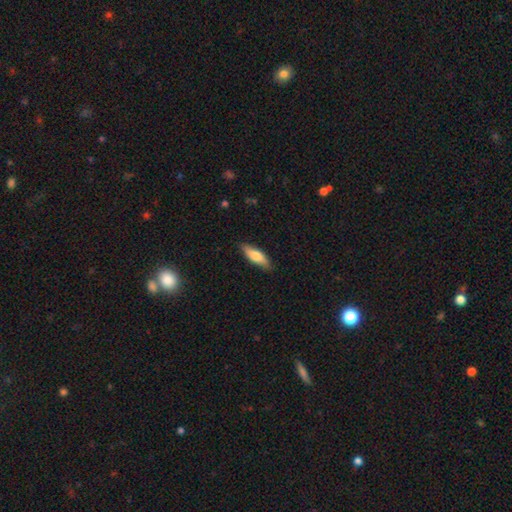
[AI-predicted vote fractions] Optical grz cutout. It shows a smooth galaxy with no disk features (74%) that is in between round and cigar-shaped (52%). Merging: none (85%).